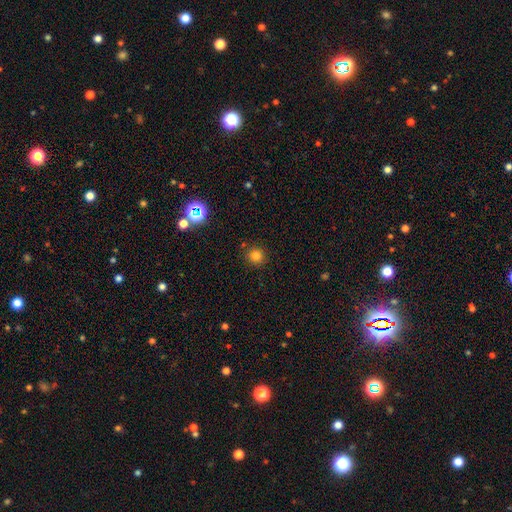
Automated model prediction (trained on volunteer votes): Smooth or featured? smooth (79%)
How rounded? round (93%)
Merging? none (89%)